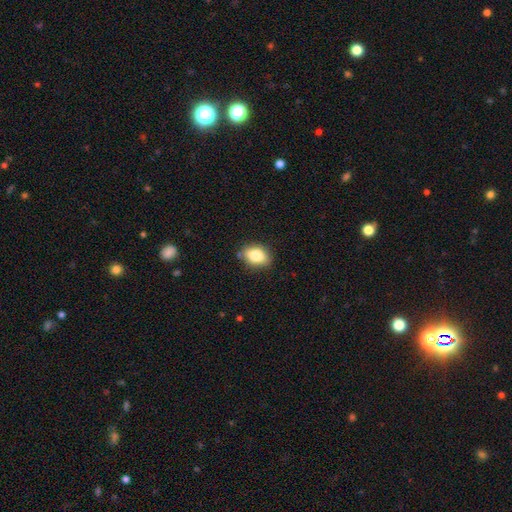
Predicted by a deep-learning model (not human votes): Morphology: type=smooth (82%); roundness=in between (79%); merging=none (81%).